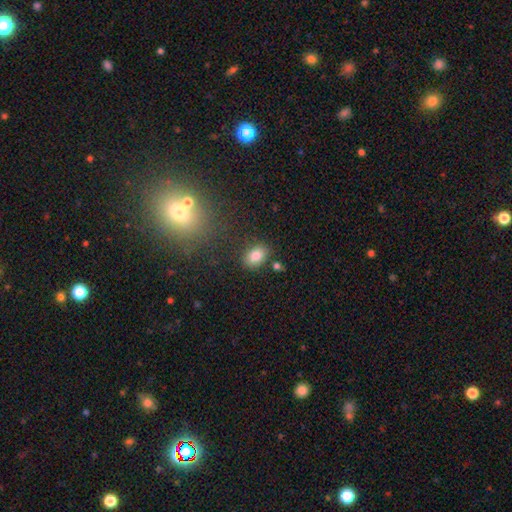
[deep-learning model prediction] smooth-or-featured: smooth: 82% | star or artifact: 10% | featured or disk: 8%
  how-rounded: in between: 76% | round: 22% | cigar-shaped: 1%
  merging: none: 80% | minor disturbance: 11% | merger: 5% | major disturbance: 3%